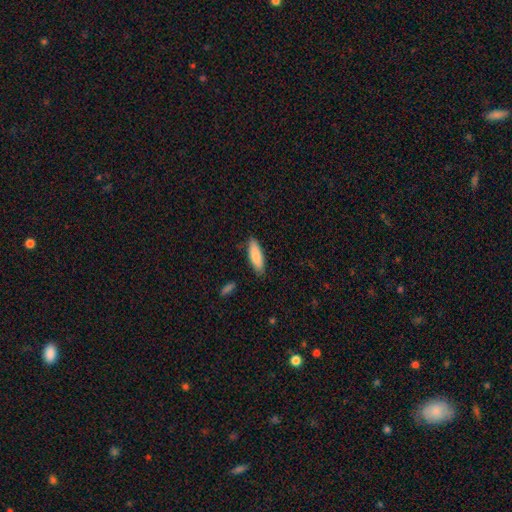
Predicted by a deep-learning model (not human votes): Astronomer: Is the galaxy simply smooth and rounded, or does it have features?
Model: smooth — 85%.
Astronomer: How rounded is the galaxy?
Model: in between — 54% (runner-up: cigar-shaped, 44%).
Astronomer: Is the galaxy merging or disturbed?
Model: none — 84%.